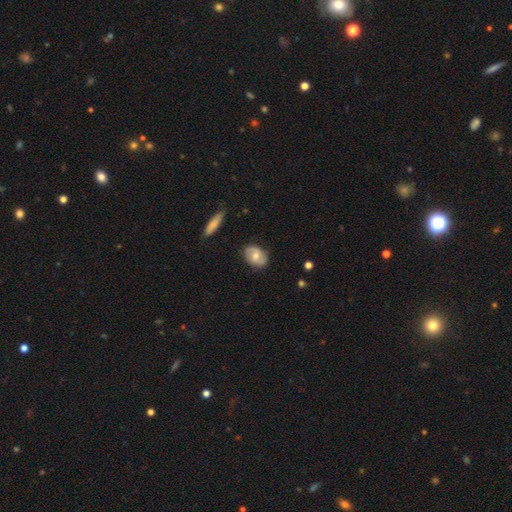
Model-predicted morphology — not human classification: Smooth or featured? Predicted: featured or disk (p=0.47). Merging? Predicted: none (p=0.80).